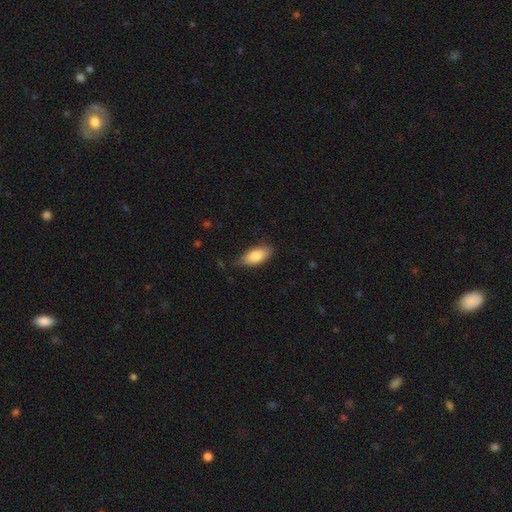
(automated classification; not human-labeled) This is clearly a smooth galaxy (82%). How rounded: clearly in between (88%). Merging: likely none (76%).